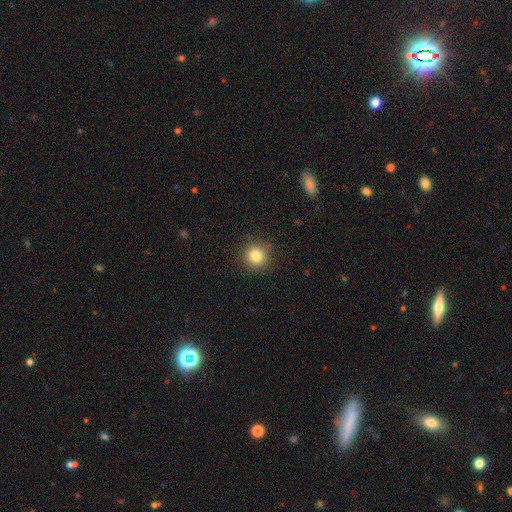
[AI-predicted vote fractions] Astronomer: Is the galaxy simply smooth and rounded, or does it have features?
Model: smooth — 81%.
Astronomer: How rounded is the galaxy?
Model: round — 92%.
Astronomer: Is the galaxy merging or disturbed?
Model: none — 89%.